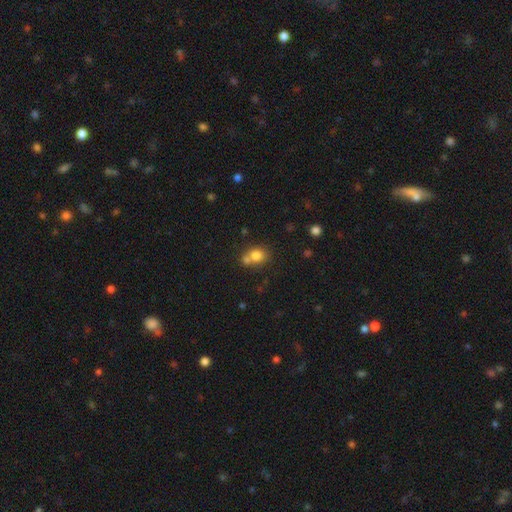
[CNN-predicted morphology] A smooth galaxy with no disk features (78%) that is round (69%).

Vote fractions:
- Smooth or featured? smooth: 78% / star or artifact: 12% / featured or disk: 11%
- How rounded? round: 69% / in between: 30% / cigar-shaped: 1%
- Merging? none: 46% / merger: 41% / minor disturbance: 9% / major disturbance: 3%